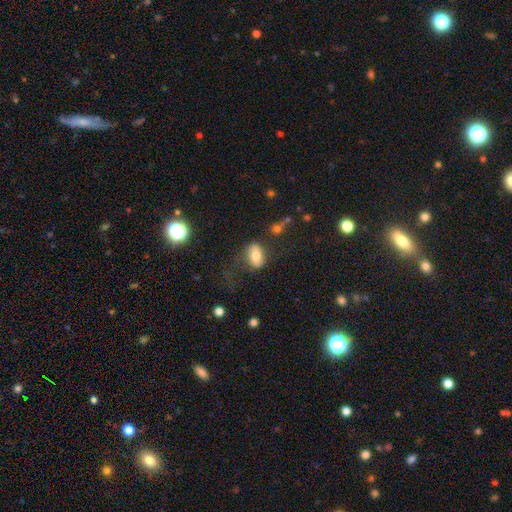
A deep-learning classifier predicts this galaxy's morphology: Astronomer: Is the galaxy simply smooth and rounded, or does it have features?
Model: smooth — 71%.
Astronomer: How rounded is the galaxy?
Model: in between — 85%.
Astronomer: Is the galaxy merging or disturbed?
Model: none — 60%.